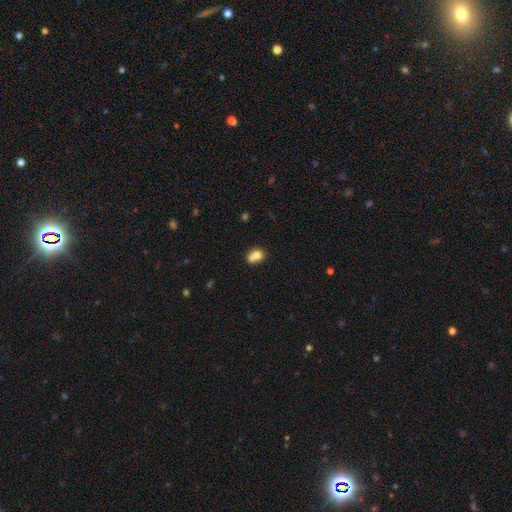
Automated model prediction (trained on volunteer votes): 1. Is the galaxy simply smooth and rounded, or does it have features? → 73% smooth, 17% featured or disk, 10% star or artifact.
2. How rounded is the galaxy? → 51% round, 48% in between, 1% cigar-shaped.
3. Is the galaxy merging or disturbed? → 53% merger, 31% none, 11% minor disturbance, 5% major disturbance.